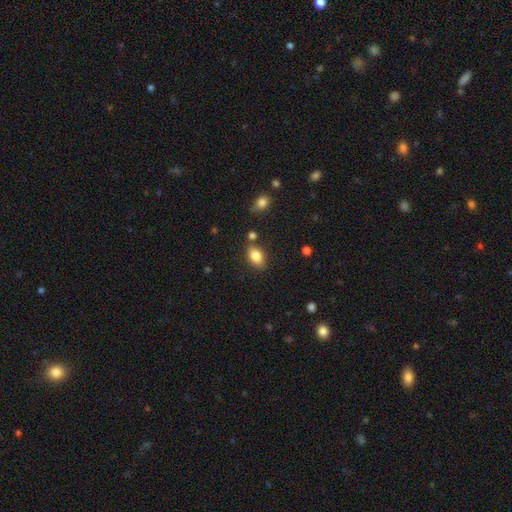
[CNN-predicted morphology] Smooth or featured? Predicted: smooth (p=0.82). How rounded? Predicted: in between (p=0.88). Merging? Predicted: none (p=0.78).